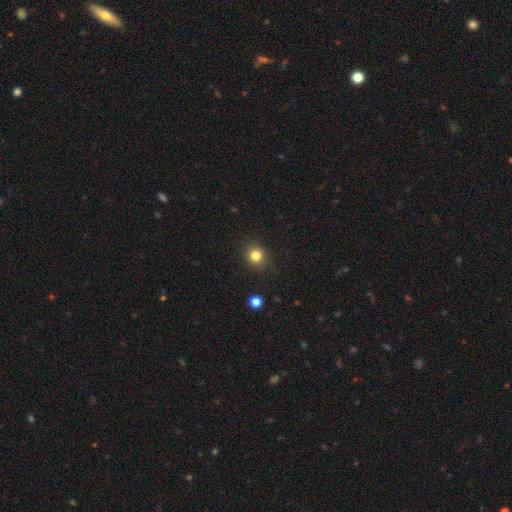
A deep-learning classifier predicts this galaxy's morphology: smooth-or-featured: smooth: 82% | star or artifact: 12% | featured or disk: 6%
  how-rounded: round: 82% | in between: 17% | cigar-shaped: 1%
  merging: none: 88% | minor disturbance: 8% | major disturbance: 2% | merger: 1%